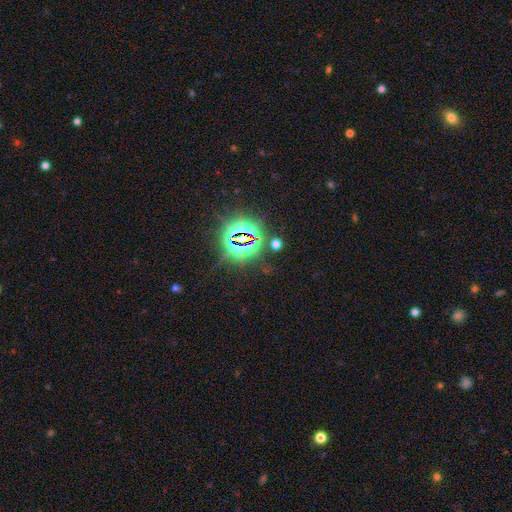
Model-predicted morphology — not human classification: Overall: star or artifact (82%).